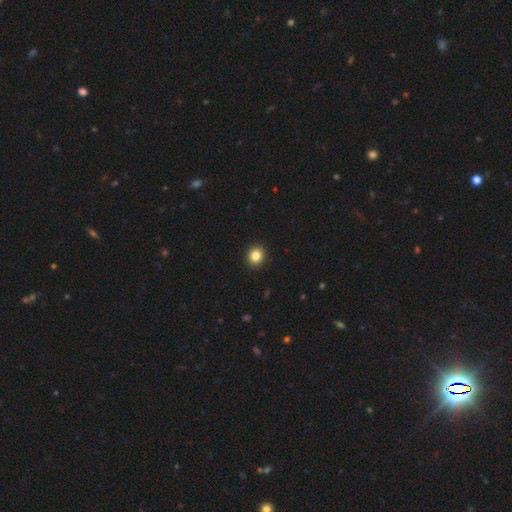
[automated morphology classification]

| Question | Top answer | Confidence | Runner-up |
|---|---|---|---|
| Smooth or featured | smooth | 84% | star or artifact (11%) |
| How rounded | round | 81% | in between (18%) |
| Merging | none | 92% | minor disturbance (5%) |